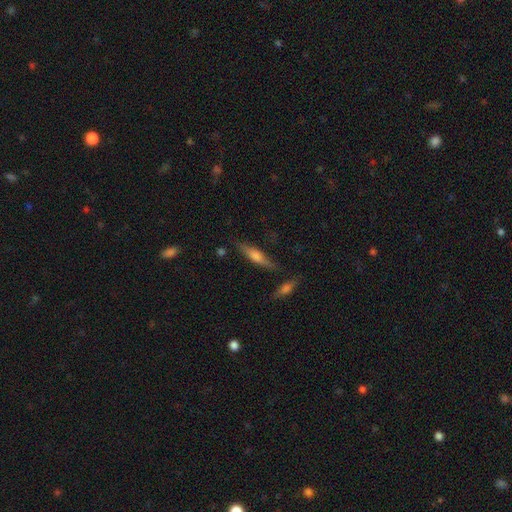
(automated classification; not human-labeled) Smooth or featured: featured or disk — 59% (smooth — 33%)
Edge-on disk: yes — 95% (no — 5%)
Edge-on bulge: rounded — 84% (boxy — 10%)
Merging: none — 82% (minor disturbance — 12%)